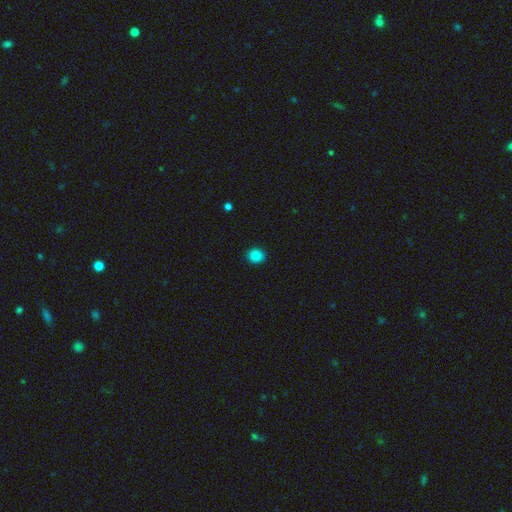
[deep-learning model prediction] Overall: smooth (86%). How rounded: round (79%). Merging: none (92%).